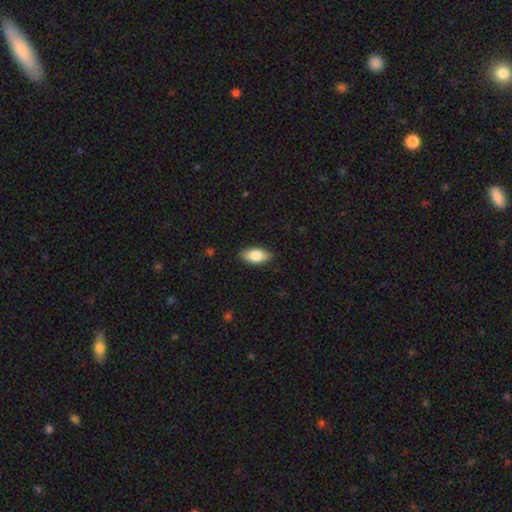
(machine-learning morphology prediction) Smooth or featured: smooth — 81% (featured or disk — 12%)
How rounded: in between — 92% (cigar-shaped — 5%)
Merging: none — 87% (minor disturbance — 10%)